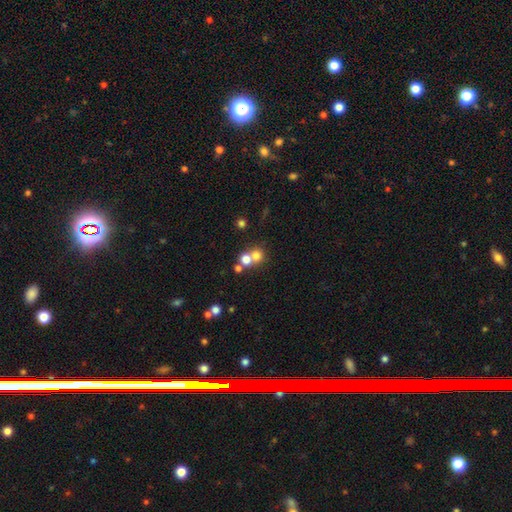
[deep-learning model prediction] Morphology: type=smooth (71%); roundness=round (83%); merging=merger (50%).